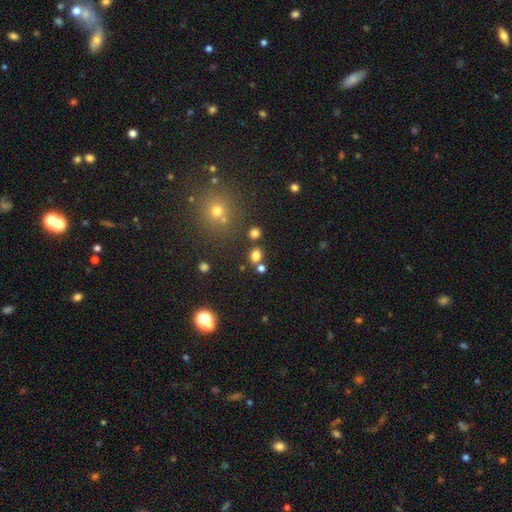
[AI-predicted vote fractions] A smooth galaxy with no disk features (76%) that is round (65%). Merging: none (74%).